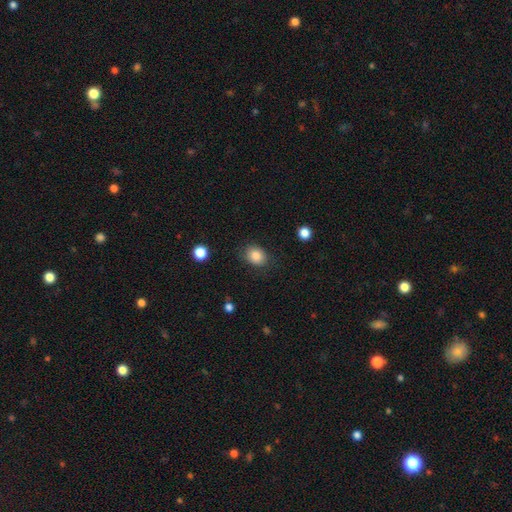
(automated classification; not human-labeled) This appears to be a smooth galaxy with no disk features (86%) that is in between round and cigar-shaped (53%). Merging: none (82%).